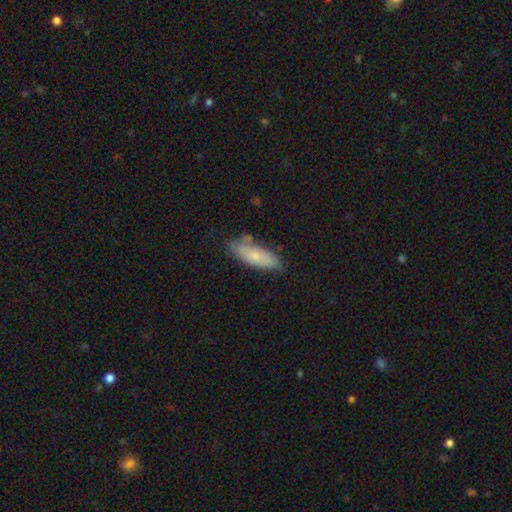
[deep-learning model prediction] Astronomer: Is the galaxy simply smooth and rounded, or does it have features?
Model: smooth — 73%.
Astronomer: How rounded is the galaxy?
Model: in between — 60% (runner-up: cigar-shaped, 38%).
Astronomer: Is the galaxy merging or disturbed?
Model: none — 71%.